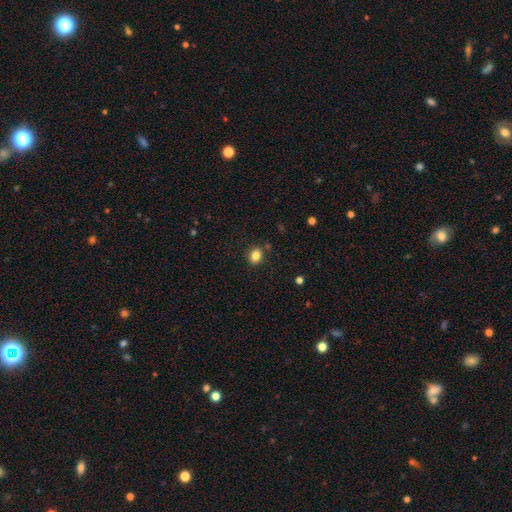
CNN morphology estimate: Q: Smooth or featured?
A: smooth (84%); runner-up: star or artifact (11%)
Q: How rounded?
A: round (55%); runner-up: in between (44%)
Q: Merging?
A: none (85%); runner-up: minor disturbance (9%)